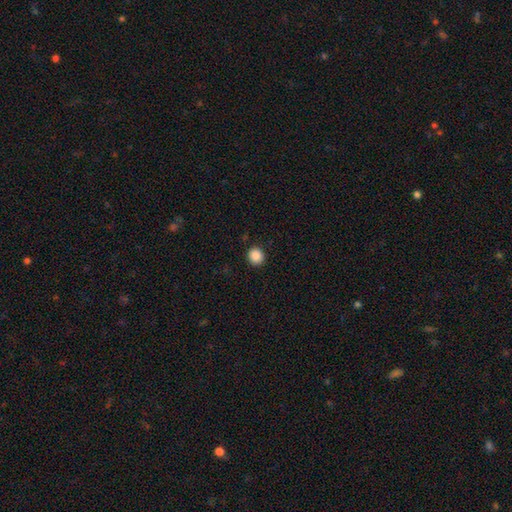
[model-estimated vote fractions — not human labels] Smooth or featured: smooth — 88% (star or artifact — 10%)
How rounded: round — 83% (in between — 16%)
Merging: none — 91% (minor disturbance — 6%)